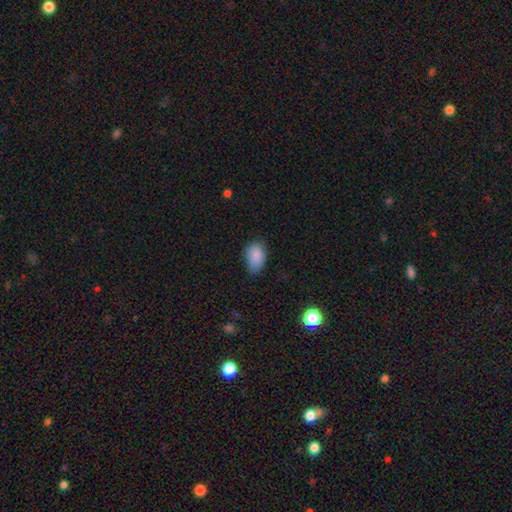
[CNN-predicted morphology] Smooth or featured?
  - smooth: 87% *
  - star or artifact: 8%
  - featured or disk: 5%
How rounded?
  - in between: 88% *
  - round: 11%
  - cigar-shaped: 1%
Merging?
  - none: 65% *
  - minor disturbance: 29%
  - major disturbance: 5%
  - merger: 1%